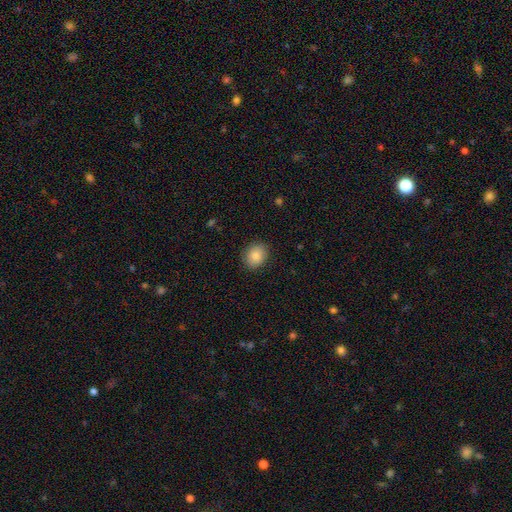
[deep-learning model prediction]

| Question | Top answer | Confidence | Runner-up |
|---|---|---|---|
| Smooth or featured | smooth | 85% | star or artifact (8%) |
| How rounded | round | 60% | in between (39%) |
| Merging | none | 89% | minor disturbance (8%) |